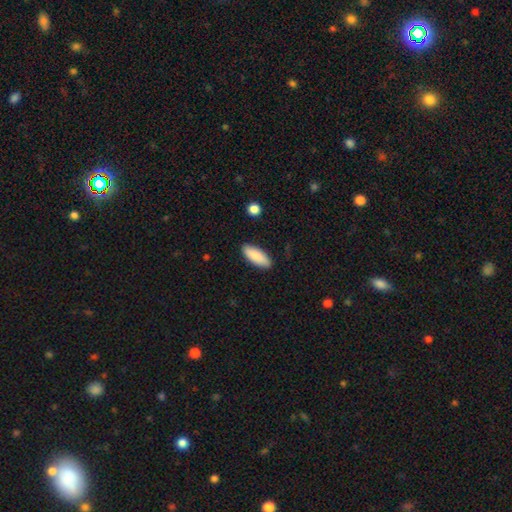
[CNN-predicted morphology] Smooth or featured? smooth (88%)
How rounded? in between (77%)
Merging? none (88%)